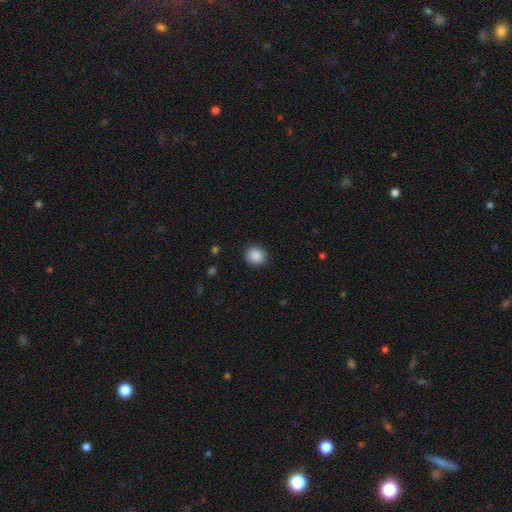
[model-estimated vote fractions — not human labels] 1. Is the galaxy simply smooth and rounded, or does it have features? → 89% smooth, 8% star or artifact, 3% featured or disk.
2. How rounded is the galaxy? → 87% round, 12% in between, 1% cigar-shaped.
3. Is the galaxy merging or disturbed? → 89% none, 8% minor disturbance, 2% major disturbance, 1% merger.